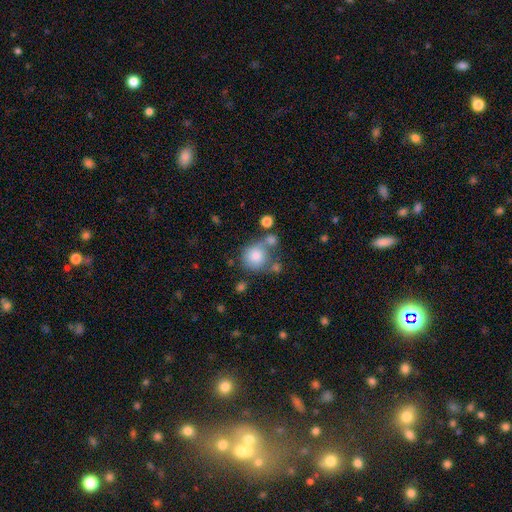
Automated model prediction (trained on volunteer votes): A smooth galaxy with no disk features (80%) that is round (86%).

Vote fractions:
- Smooth or featured? smooth: 80% / featured or disk: 10% / star or artifact: 10%
- How rounded? round: 86% / in between: 13% / cigar-shaped: 1%
- Merging? none: 54% / merger: 23% / minor disturbance: 15% / major disturbance: 7%